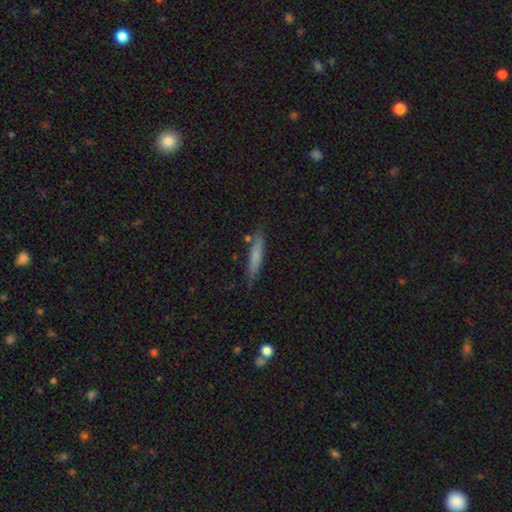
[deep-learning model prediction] Overall: smooth (68%). How rounded: cigar-shaped (90%). Merging: none (81%).